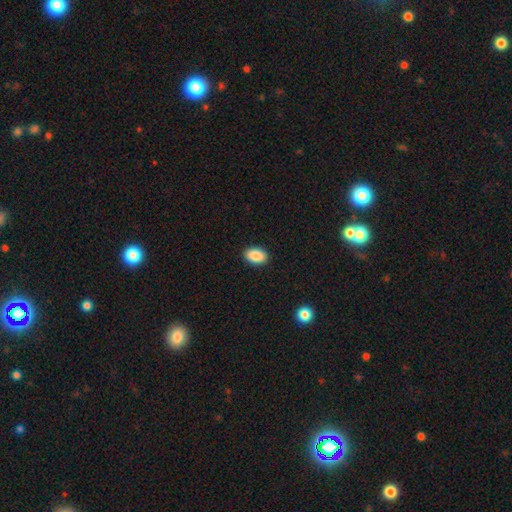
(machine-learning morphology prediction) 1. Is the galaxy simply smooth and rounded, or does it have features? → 89% smooth, 7% star or artifact, 4% featured or disk.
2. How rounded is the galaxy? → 88% in between, 10% round, 1% cigar-shaped.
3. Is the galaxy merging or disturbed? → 91% none, 7% minor disturbance, 2% major disturbance, 1% merger.